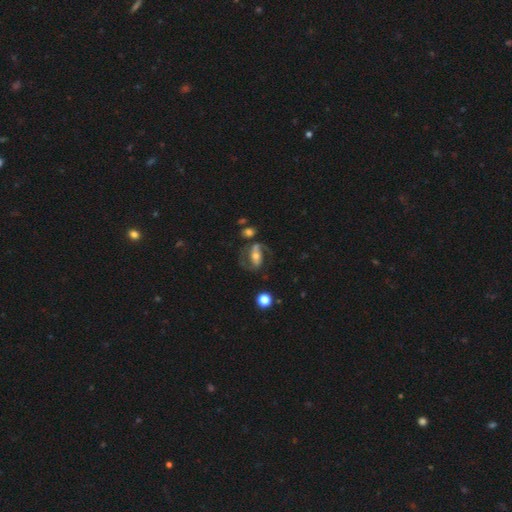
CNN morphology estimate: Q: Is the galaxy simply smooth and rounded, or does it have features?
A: featured or disk — 79%.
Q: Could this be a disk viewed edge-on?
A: no — 96%.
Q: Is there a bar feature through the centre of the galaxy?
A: strong — 40%.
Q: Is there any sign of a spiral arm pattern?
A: yes — 91%.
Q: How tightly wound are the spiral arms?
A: medium — 51%.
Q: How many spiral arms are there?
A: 2 — 89%.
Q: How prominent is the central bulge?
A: moderate — 63%.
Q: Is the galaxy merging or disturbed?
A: none — 60%.